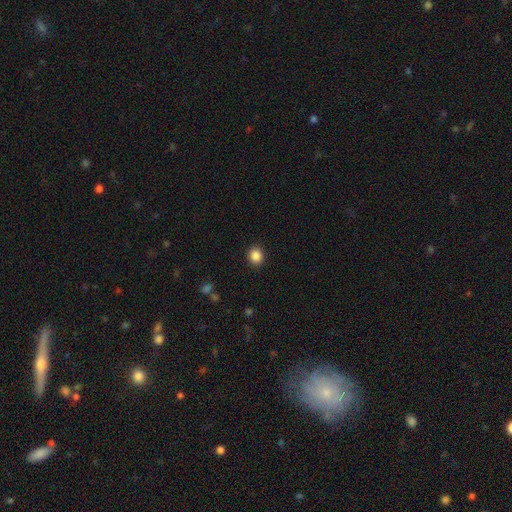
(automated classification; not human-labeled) A smooth galaxy with no disk features (87%) that is round (74%).

Vote fractions:
- Smooth or featured? smooth: 87% / star or artifact: 10% / featured or disk: 3%
- How rounded? round: 74% / in between: 25% / cigar-shaped: 1%
- Merging? none: 91% / minor disturbance: 6% / major disturbance: 2% / merger: 1%